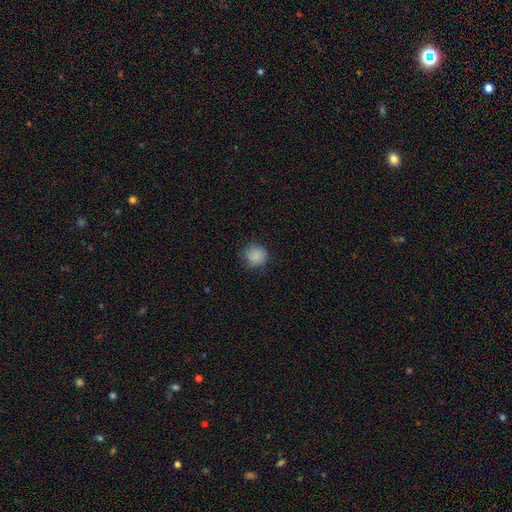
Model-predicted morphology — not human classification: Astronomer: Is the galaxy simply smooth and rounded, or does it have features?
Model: smooth — 85%.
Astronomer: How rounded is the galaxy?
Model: round — 90%.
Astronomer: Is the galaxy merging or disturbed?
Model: none — 78%.